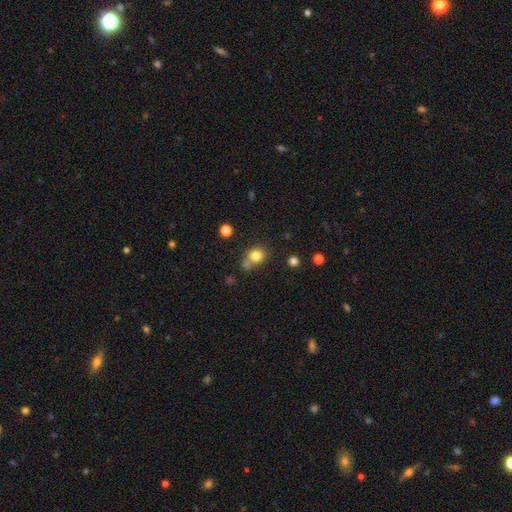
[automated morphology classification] Overall: smooth (80%). How rounded: round (70%). Merging: none (56%; merger 23%).